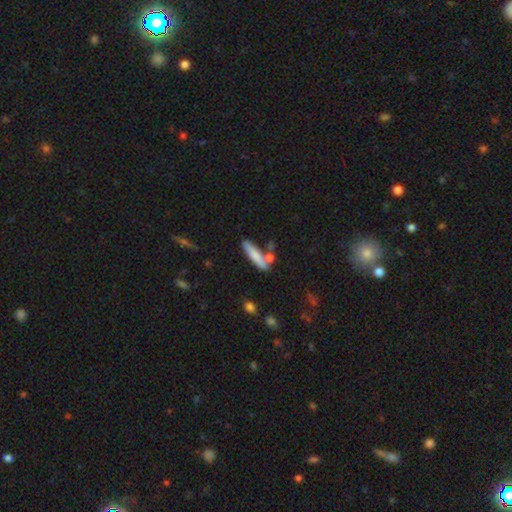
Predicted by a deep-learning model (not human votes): A smooth galaxy with no disk features (75%) that is cigar-shaped (81%).

Vote fractions:
- Smooth or featured? smooth: 75% / featured or disk: 19% / star or artifact: 6%
- How rounded? cigar-shaped: 81% / in between: 17% / round: 2%
- Merging? none: 68% / merger: 14% / minor disturbance: 14% / major disturbance: 4%